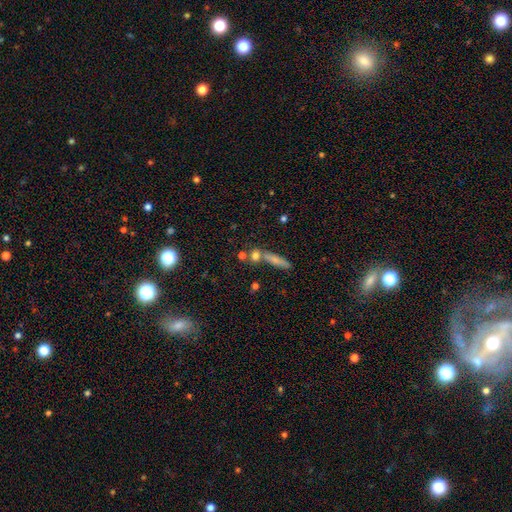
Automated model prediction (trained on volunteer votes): Smooth or featured: smooth — 71% (featured or disk — 15%)
How rounded: round — 48% (cigar-shaped — 29%)
Merging: none — 60% (merger — 26%)